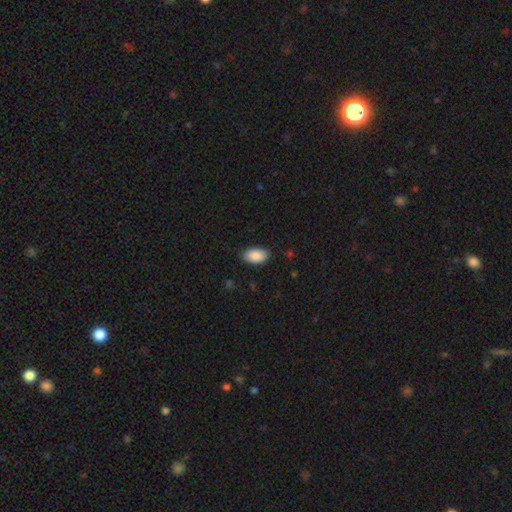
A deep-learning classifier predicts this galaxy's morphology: A smooth galaxy with no disk features (90%) that is in between round and cigar-shaped (95%). Merging: none (85%).